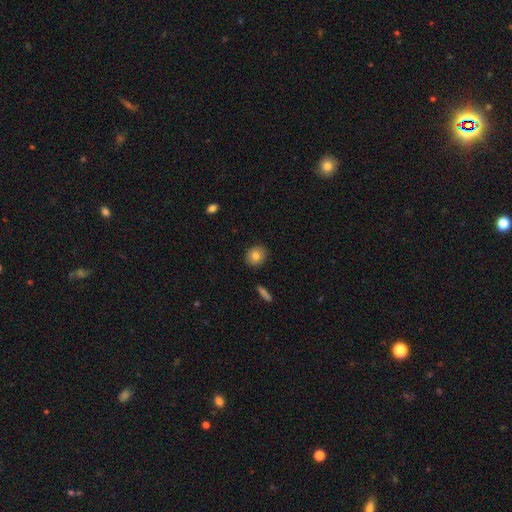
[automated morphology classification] Smooth or featured: smooth — 80% (featured or disk — 12%)
How rounded: round — 73% (in between — 25%)
Merging: none — 89% (minor disturbance — 8%)